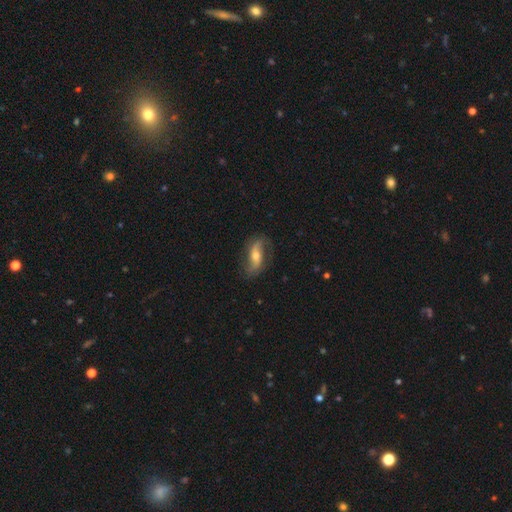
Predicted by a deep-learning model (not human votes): The model was most divided on "bar": no: 36%, weak: 33%, strong: 30%. More confident: spiral arms — yes (91%); edge-on disk — no (89%); spiral arm count — 2 (88%); merging — none (74%); smooth or featured — featured or disk (73%); spiral winding — loose (64%); bulge size — moderate (61%).